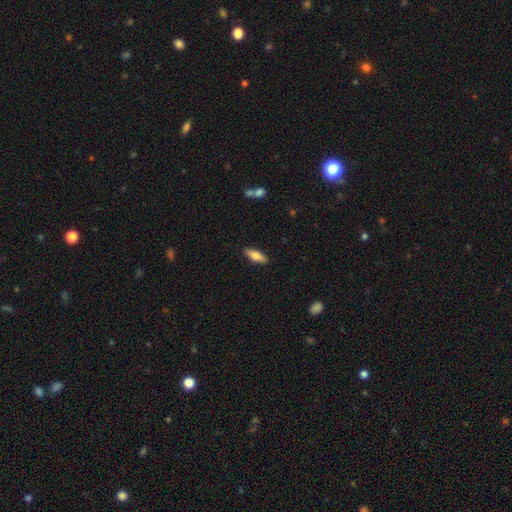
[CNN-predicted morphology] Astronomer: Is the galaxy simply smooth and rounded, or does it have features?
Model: smooth — 71%.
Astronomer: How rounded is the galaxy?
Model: in between — 58% (runner-up: cigar-shaped, 40%).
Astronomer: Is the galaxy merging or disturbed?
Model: none — 89%.